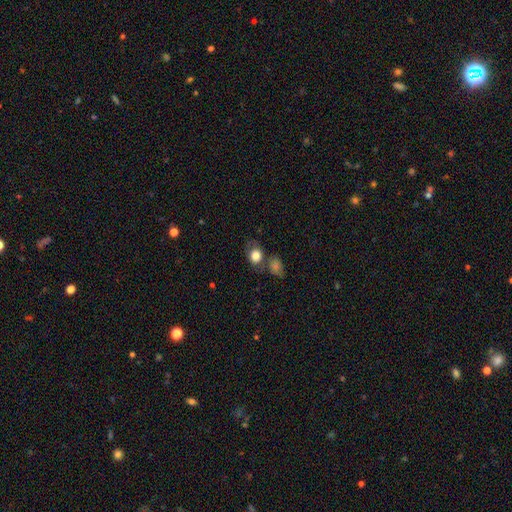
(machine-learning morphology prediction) smooth_or_featured: smooth (p=0.81) [alt: featured or disk p=0.11]
how_rounded: in between (p=0.50) [alt: round p=0.49]
merging: none (p=0.54) [alt: merger p=0.21]